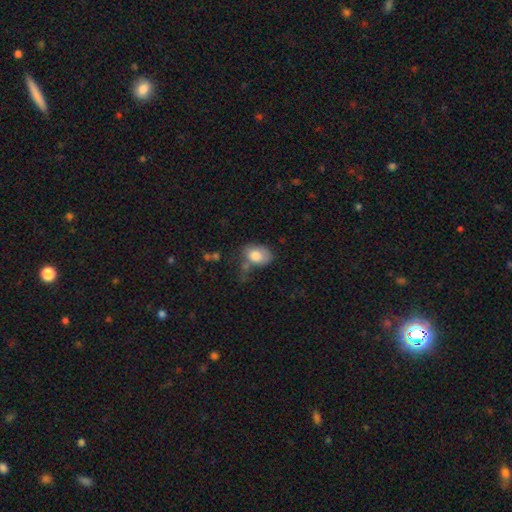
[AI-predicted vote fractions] This appears to be a smooth galaxy with no disk features (78%) that is in between round and cigar-shaped (81%). Merging: none (36%).